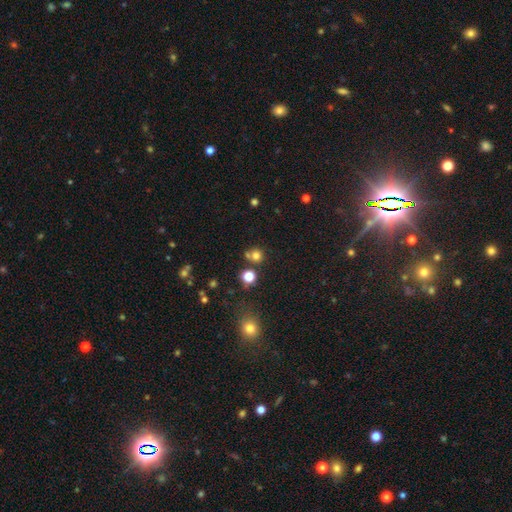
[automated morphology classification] Smooth or featured? Predicted: smooth (p=0.75). How rounded? Predicted: round (p=0.90). Merging? Predicted: none (p=0.67).